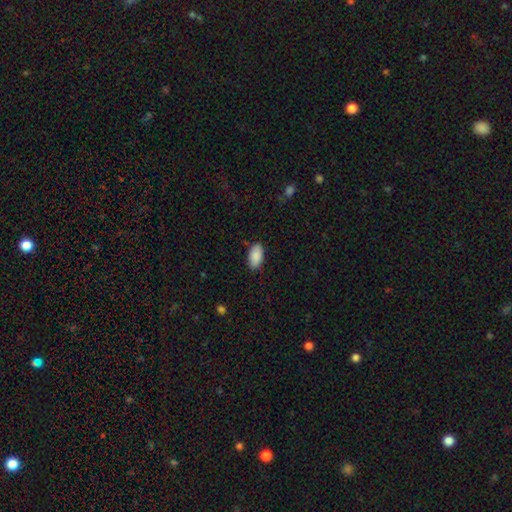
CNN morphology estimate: smooth-or-featured: smooth: 90% | star or artifact: 6% | featured or disk: 4%
  how-rounded: in between: 95% | cigar-shaped: 3% | round: 3%
  merging: none: 86% | minor disturbance: 10% | major disturbance: 2% | merger: 1%